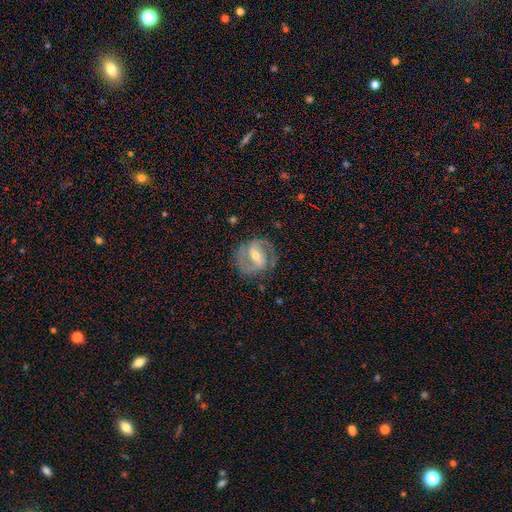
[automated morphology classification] type=featured or disk (83%); edge-on=no (97%); bar=weak (42%); spiral arms=yes (90%); winding=medium (53%); arm count=2 (87%); bulge=moderate (57%); merging=none (76%).